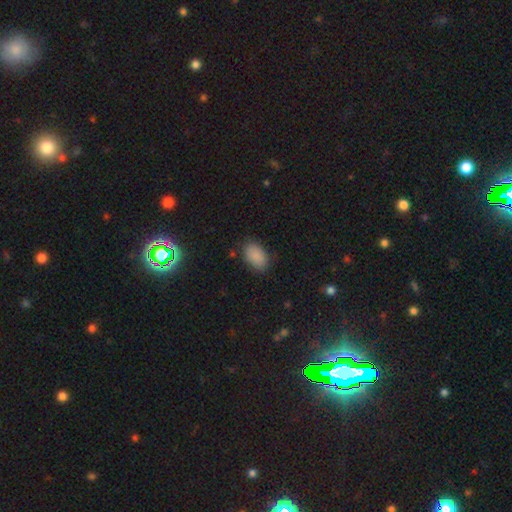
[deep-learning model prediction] A smooth galaxy with no disk features (87%) that is in between round and cigar-shaped (90%).

Vote fractions:
- Smooth or featured? smooth: 87% / star or artifact: 8% / featured or disk: 4%
- How rounded? in between: 90% / round: 9% / cigar-shaped: 1%
- Merging? none: 81% / minor disturbance: 14% / major disturbance: 3% / merger: 1%